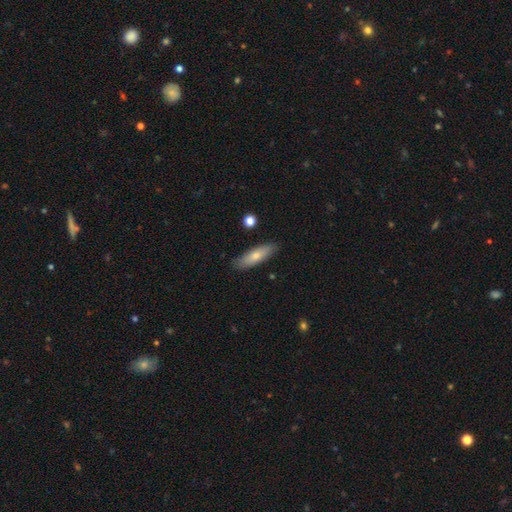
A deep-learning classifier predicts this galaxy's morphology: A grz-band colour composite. It shows a smooth galaxy with no disk features (71%) that is cigar-shaped (55%). Merging: none (86%).